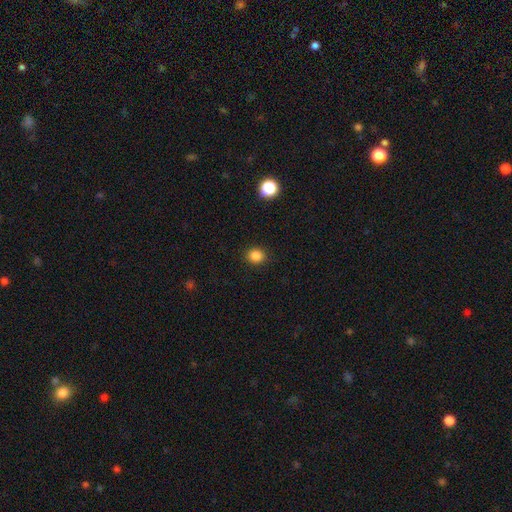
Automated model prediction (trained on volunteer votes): The model was most divided on "how rounded": round: 76%, in between: 23%, cigar-shaped: 1%. More confident: merging — none (91%); smooth or featured — smooth (85%).